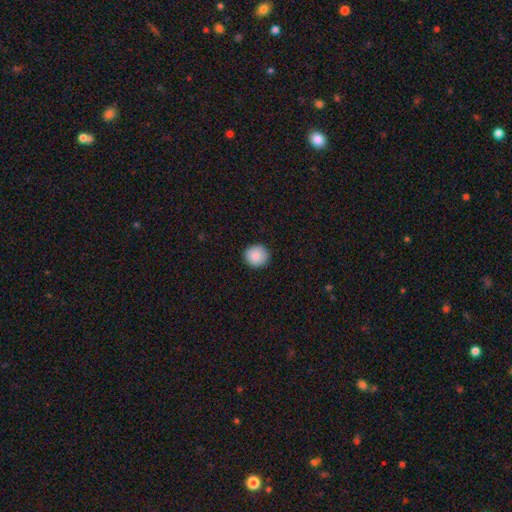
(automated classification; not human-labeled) Smooth or featured?
  - smooth: 86% *
  - star or artifact: 8%
  - featured or disk: 7%
How rounded?
  - round: 92% *
  - in between: 8%
  - cigar-shaped: 1%
Merging?
  - none: 90% *
  - minor disturbance: 7%
  - major disturbance: 2%
  - merger: 1%